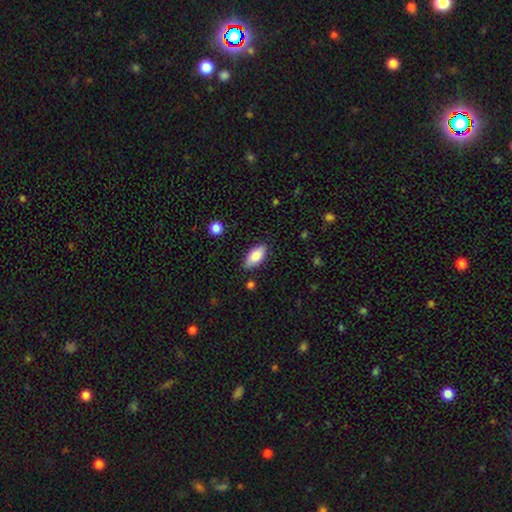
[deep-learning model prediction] Q: Smooth or featured?
A: smooth (84%); runner-up: featured or disk (9%)
Q: How rounded?
A: in between (90%); runner-up: cigar-shaped (8%)
Q: Merging?
A: none (83%); runner-up: minor disturbance (13%)